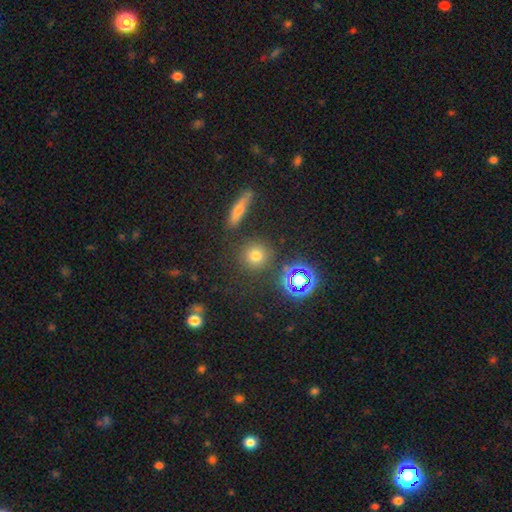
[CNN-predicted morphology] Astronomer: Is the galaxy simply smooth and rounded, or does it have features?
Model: smooth — 68%.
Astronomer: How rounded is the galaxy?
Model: round — 90%.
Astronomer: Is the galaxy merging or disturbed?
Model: none — 84%.